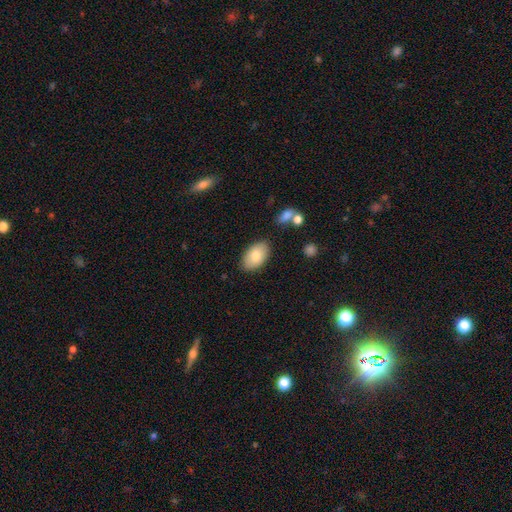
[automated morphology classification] Smooth or featured: smooth — 79% (featured or disk — 14%)
How rounded: in between — 93% (round — 6%)
Merging: none — 83% (minor disturbance — 12%)